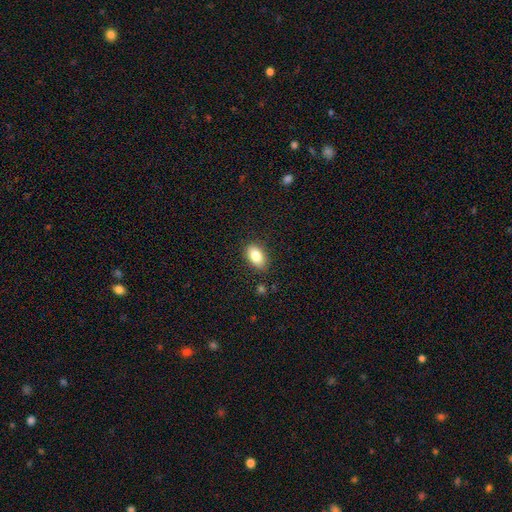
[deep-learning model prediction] The model was most divided on "merging": none: 85%, minor disturbance: 11%, major disturbance: 3%, merger: 2%. More confident: how rounded — in between (90%); smooth or featured — smooth (83%).